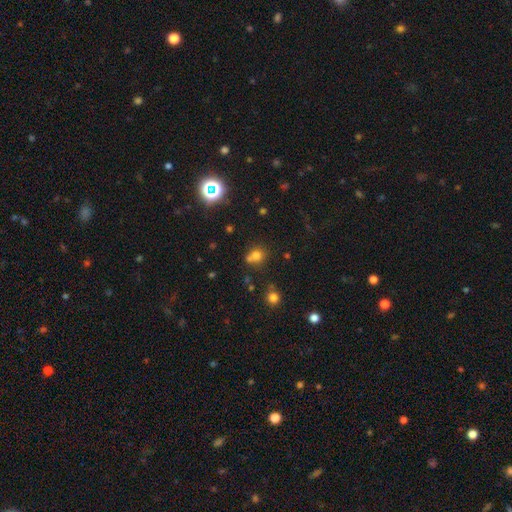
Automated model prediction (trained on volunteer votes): This appears to be a smooth galaxy with no disk features (70%) that is round (80%). Merging: none (52%).